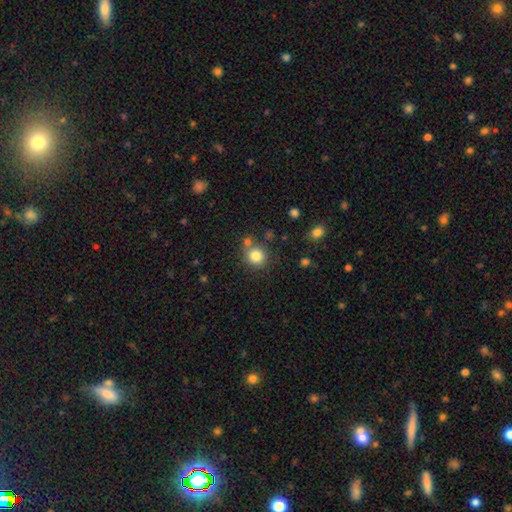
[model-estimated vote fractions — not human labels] Overall: smooth (82%). How rounded: round (88%). Merging: none (71%).